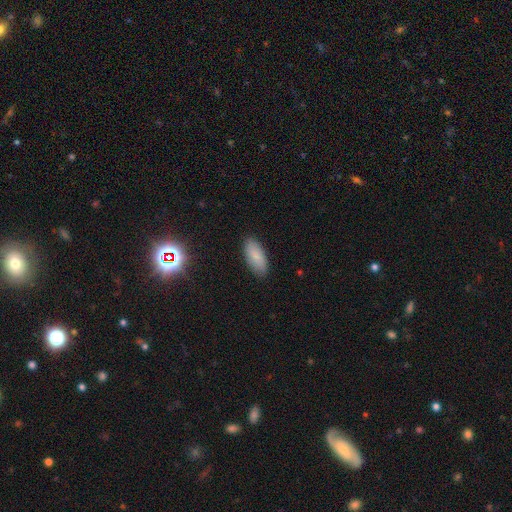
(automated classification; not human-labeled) Overall: smooth (85%). How rounded: in between (87%). Merging: none (87%).